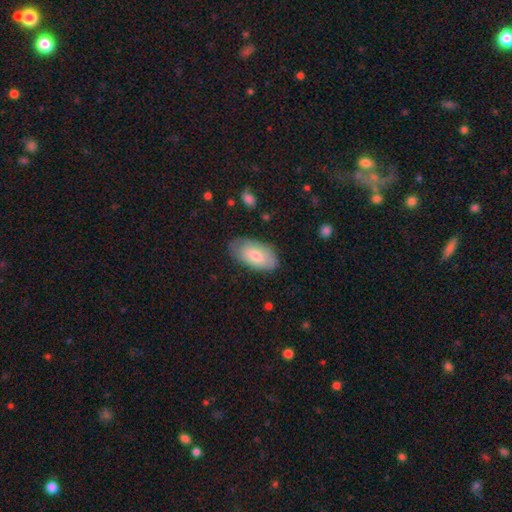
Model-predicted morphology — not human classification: Smooth or featured? smooth (71%)
How rounded? in between (94%)
Merging? none (73%)